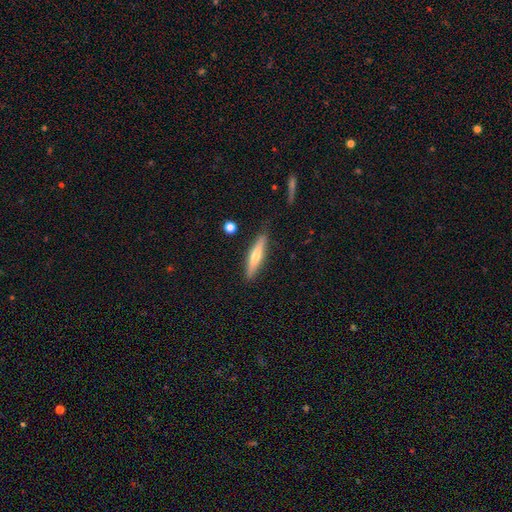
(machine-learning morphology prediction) Overall: featured or disk (47%; smooth 46%). Merging: none (86%).